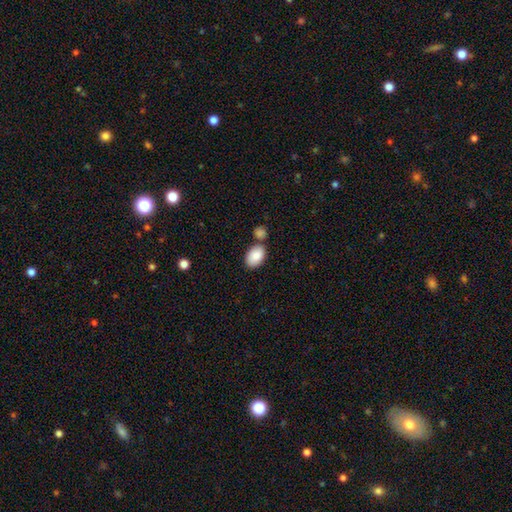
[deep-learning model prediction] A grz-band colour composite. It shows a smooth galaxy with no disk features (88%) that is in between round and cigar-shaped (91%). Merging: none (66%).